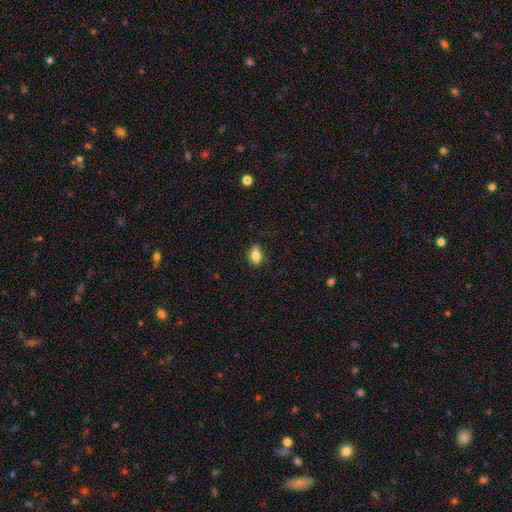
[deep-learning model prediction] Morphology: type=smooth (83%); roundness=in between (68%); merging=none (83%).